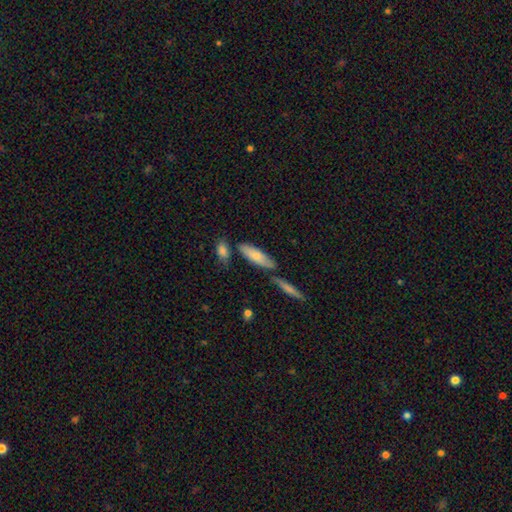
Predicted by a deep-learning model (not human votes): A smooth galaxy with no disk features (75%) that is in between round and cigar-shaped (51%).

Vote fractions:
- Smooth or featured? smooth: 75% / featured or disk: 20% / star or artifact: 6%
- How rounded? in between: 51% / cigar-shaped: 47% / round: 2%
- Merging? none: 63% / minor disturbance: 18% / merger: 15% / major disturbance: 4%